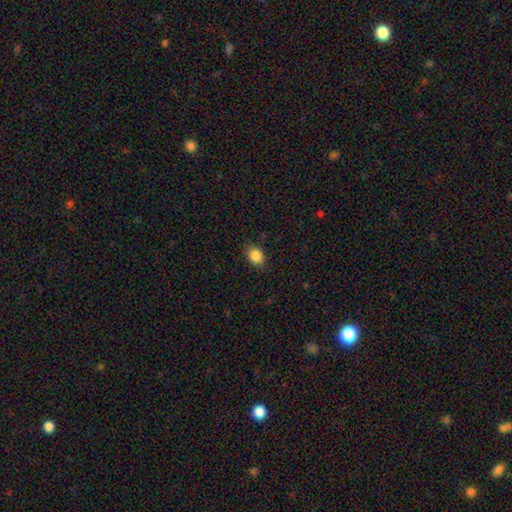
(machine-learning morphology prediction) type=smooth (87%); roundness=in between (60%); merging=none (84%).